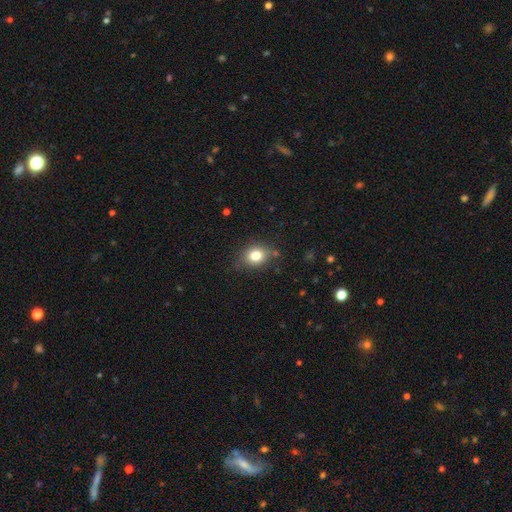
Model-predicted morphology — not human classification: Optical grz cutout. It shows a smooth galaxy with no disk features (79%) that is round (56%). Merging: none (78%).